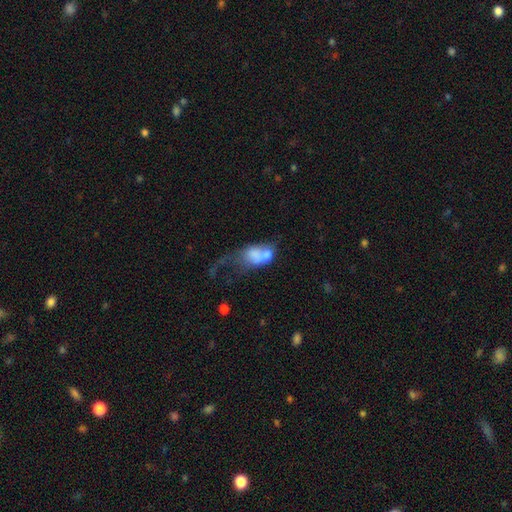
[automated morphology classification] A smooth galaxy with no disk features (58%) that is in between round and cigar-shaped (80%).

Vote fractions:
- Smooth or featured? smooth: 58% / featured or disk: 33% / star or artifact: 10%
- How rounded? in between: 80% / round: 17% / cigar-shaped: 3%
- Merging? merger: 47% / major disturbance: 32% / none: 12% / minor disturbance: 10%